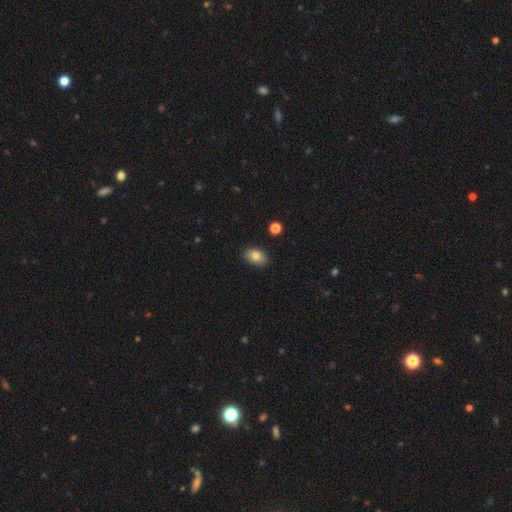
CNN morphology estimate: Overall: smooth (81%). How rounded: in between (86%). Merging: none (85%).